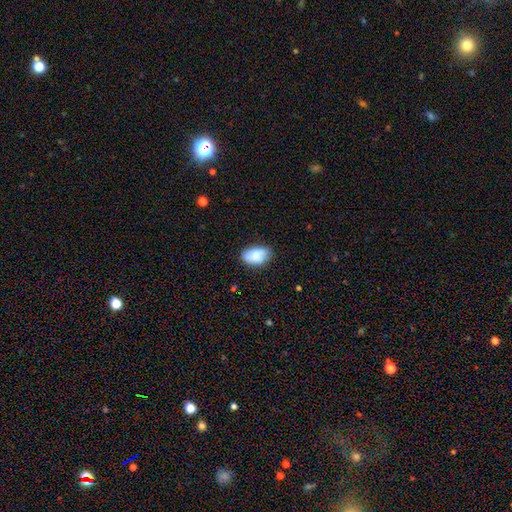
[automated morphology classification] type=smooth (82%); roundness=in between (92%); merging=none (79%).